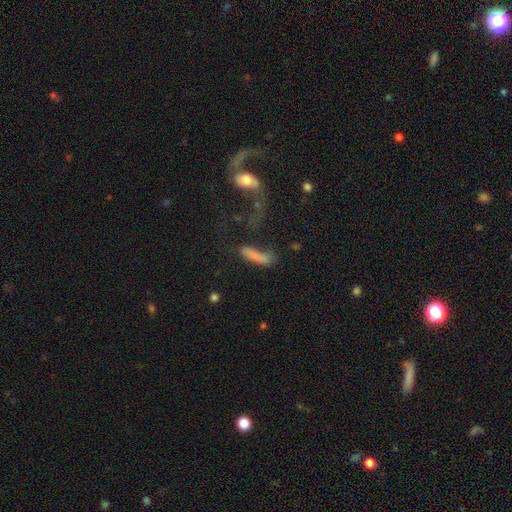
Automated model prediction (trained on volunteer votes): smooth 72%, featured or disk 17%, star or artifact 11%. Down the decision tree: how rounded — cigar-shaped (73%); merging — none (37%).